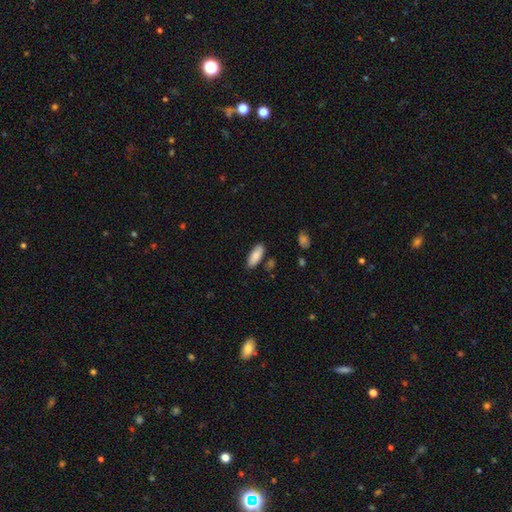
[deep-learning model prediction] A smooth galaxy with no disk features (86%) that is in between round and cigar-shaped (78%). Merging: none (80%).